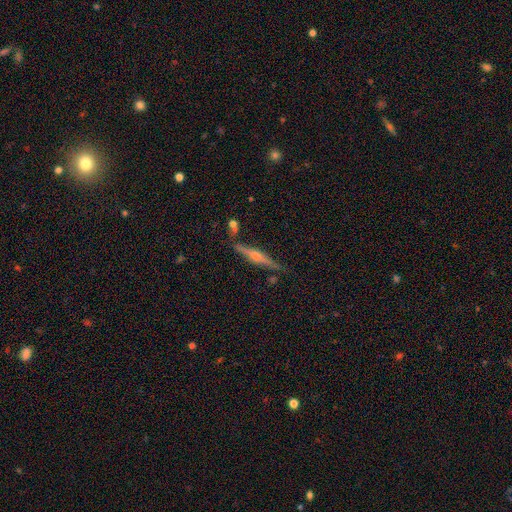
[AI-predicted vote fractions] smooth_or_featured: featured or disk (p=0.77) [alt: smooth p=0.16]
disk_edge_on: yes (p=0.97) [alt: no p=0.03]
edge_on_bulge: rounded (p=0.88) [alt: boxy p=0.06]
merging: none (p=0.83) [alt: minor disturbance p=0.11]